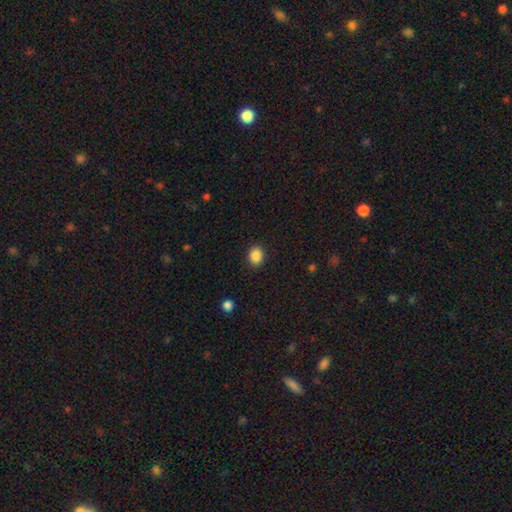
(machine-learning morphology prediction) This is clearly a smooth galaxy (88%). How rounded: possibly round (51%). Merging: clearly none (89%).